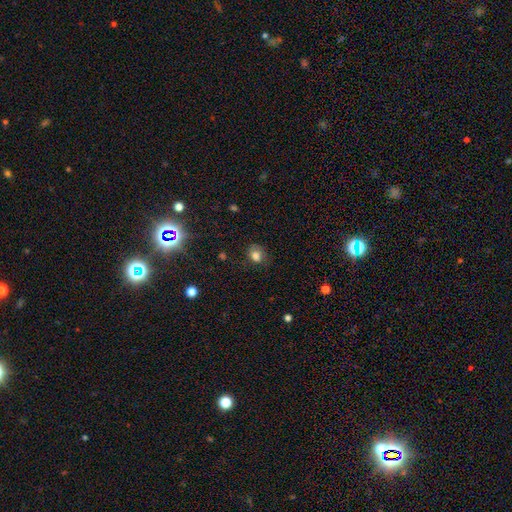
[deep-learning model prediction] smooth 77%, star or artifact 14%, featured or disk 9%. Down the decision tree: how rounded — round (57%); merging — none (64%).